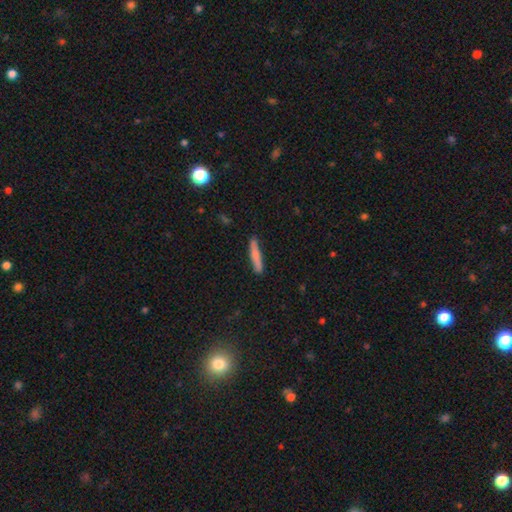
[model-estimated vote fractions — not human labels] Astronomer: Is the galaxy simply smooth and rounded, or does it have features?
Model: smooth — 75%.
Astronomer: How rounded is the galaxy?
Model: cigar-shaped — 92%.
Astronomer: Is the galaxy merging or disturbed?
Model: none — 82%.